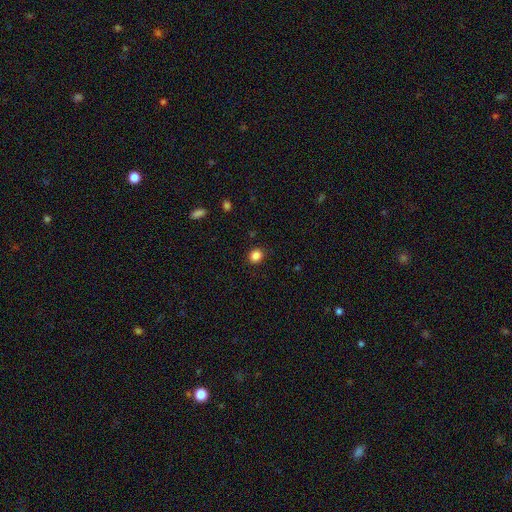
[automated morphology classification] Q: Smooth or featured?
A: smooth (86%); runner-up: star or artifact (11%)
Q: How rounded?
A: round (73%); runner-up: in between (26%)
Q: Merging?
A: none (89%); runner-up: minor disturbance (7%)